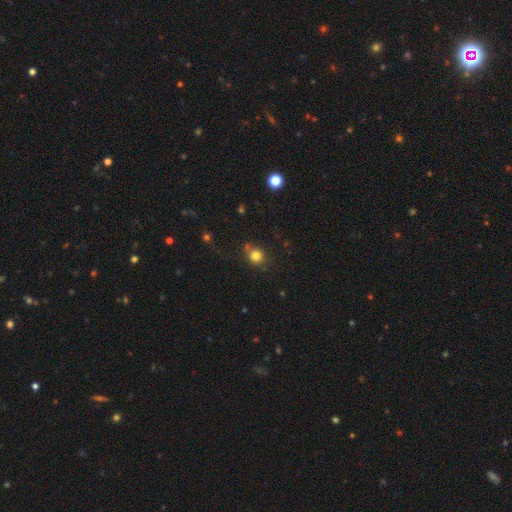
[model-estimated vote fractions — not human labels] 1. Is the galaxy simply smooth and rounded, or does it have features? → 81% smooth, 13% star or artifact, 6% featured or disk.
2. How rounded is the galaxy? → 86% round, 13% in between, 1% cigar-shaped.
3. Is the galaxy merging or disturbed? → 74% none, 14% minor disturbance, 8% merger, 4% major disturbance.